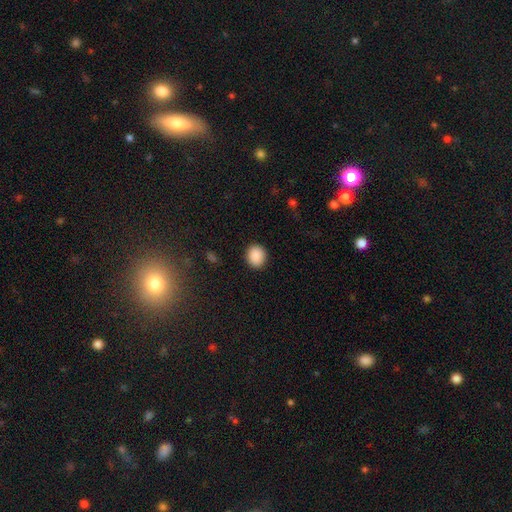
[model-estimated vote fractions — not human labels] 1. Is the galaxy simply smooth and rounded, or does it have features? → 90% smooth, 8% star or artifact, 3% featured or disk.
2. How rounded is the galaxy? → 70% round, 30% in between, 1% cigar-shaped.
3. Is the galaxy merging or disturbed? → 89% none, 7% minor disturbance, 2% major disturbance, 1% merger.